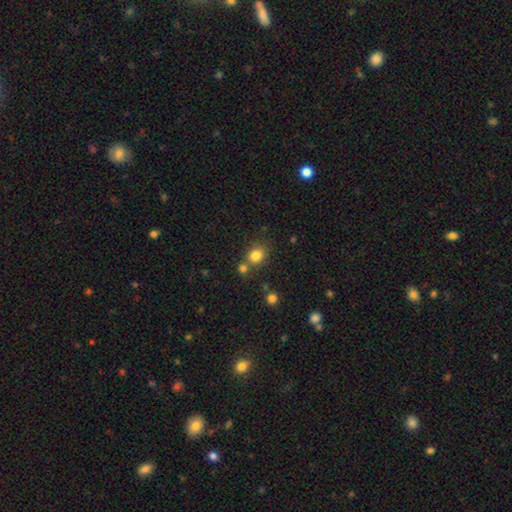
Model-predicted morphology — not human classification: smooth 82%, star or artifact 12%, featured or disk 6%. Down the decision tree: how rounded — round (61%); merging — none (64%).